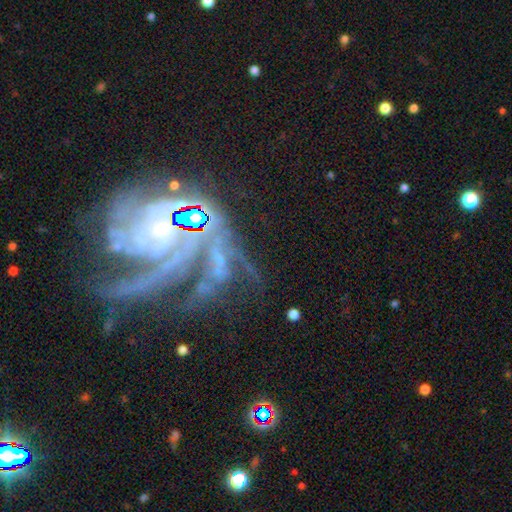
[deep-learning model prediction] featured or disk 80%, star or artifact 14%, smooth 6%. Down the decision tree: edge-on disk — no (97%); bar — no (59%); spiral arms — yes (97%); spiral arm count — 3 (25%); spiral winding — tight (66%); bulge size — small (79%); merging — none (51%).